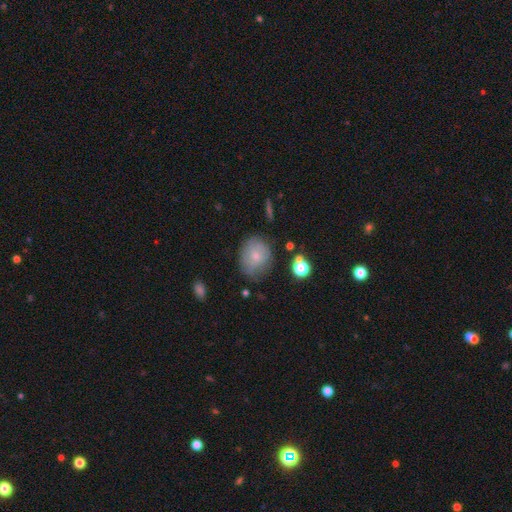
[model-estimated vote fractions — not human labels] Smooth or featured? Predicted: smooth (p=0.59). How rounded? Predicted: round (p=0.60). Merging? Predicted: none (p=0.59).